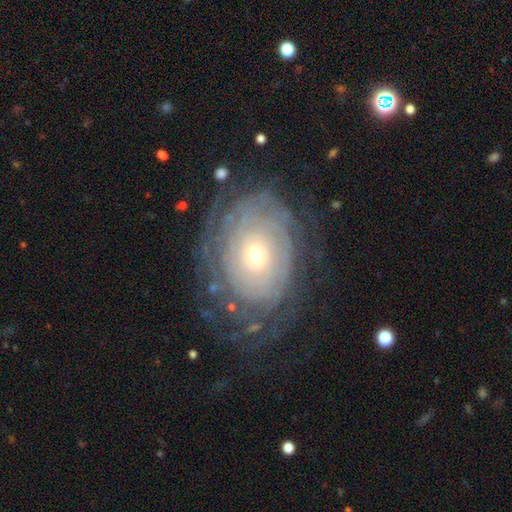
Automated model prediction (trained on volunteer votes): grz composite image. It shows a featured or disk galaxy (78%) with no bar (81%), tight (82%) spiral arms (87%) and a small central bulge (72%). Merging: none (71%).